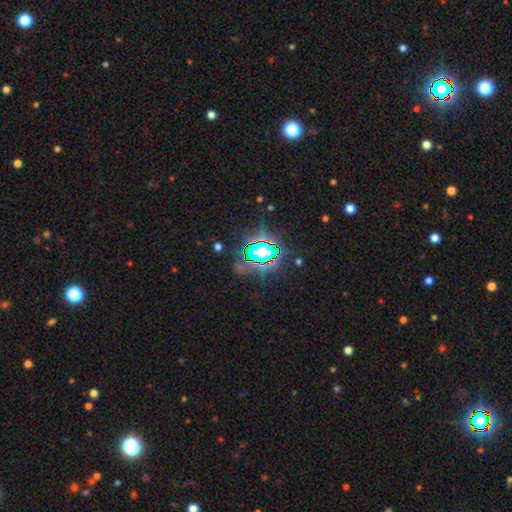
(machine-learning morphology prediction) type=star or artifact (73%).